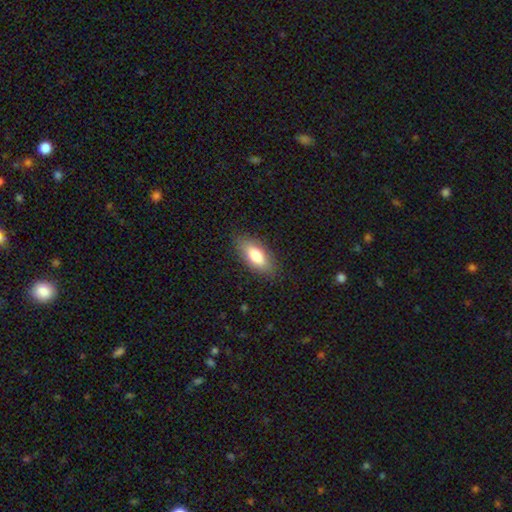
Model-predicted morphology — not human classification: smooth-or-featured: smooth: 77% | featured or disk: 16% | star or artifact: 7%
  how-rounded: in between: 84% | cigar-shaped: 13% | round: 3%
  merging: none: 86% | minor disturbance: 10% | major disturbance: 3% | merger: 1%